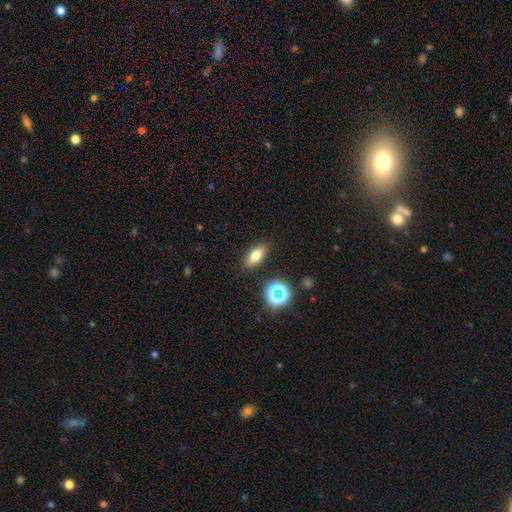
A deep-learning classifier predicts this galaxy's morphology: Smooth or featured? Predicted: smooth (p=0.72). How rounded? Predicted: in between (p=0.76). Merging? Predicted: none (p=0.86).